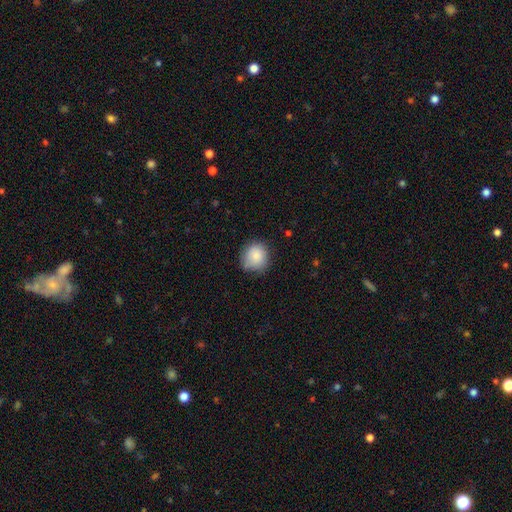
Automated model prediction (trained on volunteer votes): smooth_or_featured: smooth (p=0.86) [alt: star or artifact p=0.08]
how_rounded: round (p=0.89) [alt: in between p=0.10]
merging: none (p=0.78) [alt: minor disturbance p=0.17]